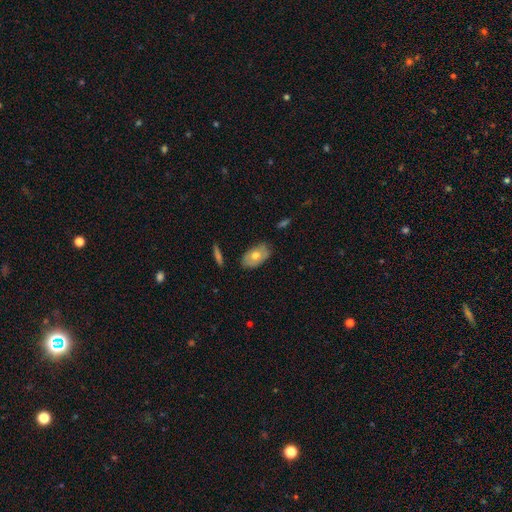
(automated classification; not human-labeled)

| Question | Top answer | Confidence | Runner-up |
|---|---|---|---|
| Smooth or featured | smooth | 61% | featured or disk (32%) |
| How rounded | in between | 91% | round (7%) |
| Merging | none | 78% | minor disturbance (18%) |